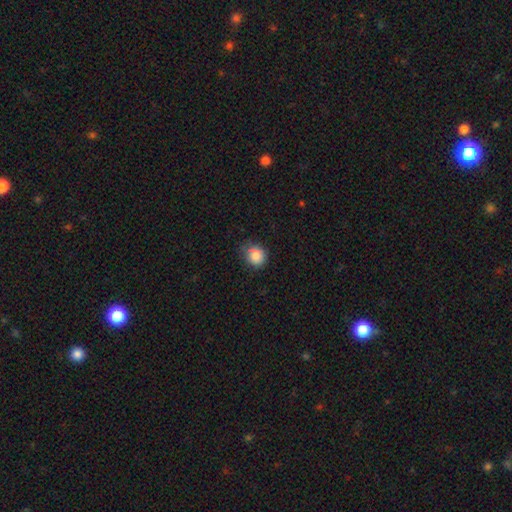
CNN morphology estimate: This appears to be a smooth galaxy with no disk features (83%) that is round (77%). Merging: none (65%).